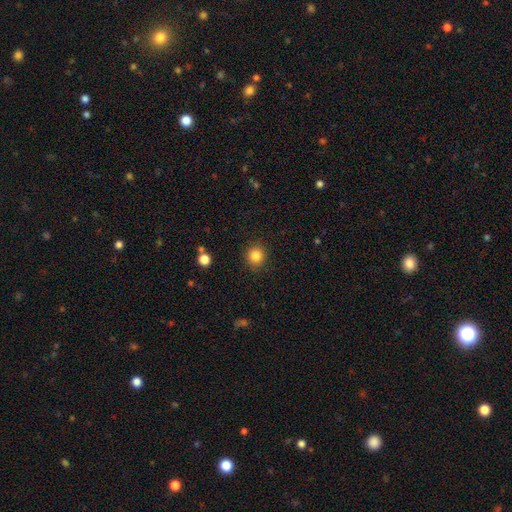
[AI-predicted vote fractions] smooth-or-featured: smooth: 84% | star or artifact: 11% | featured or disk: 5%
  how-rounded: round: 89% | in between: 10% | cigar-shaped: 1%
  merging: none: 89% | minor disturbance: 8% | major disturbance: 2% | merger: 1%